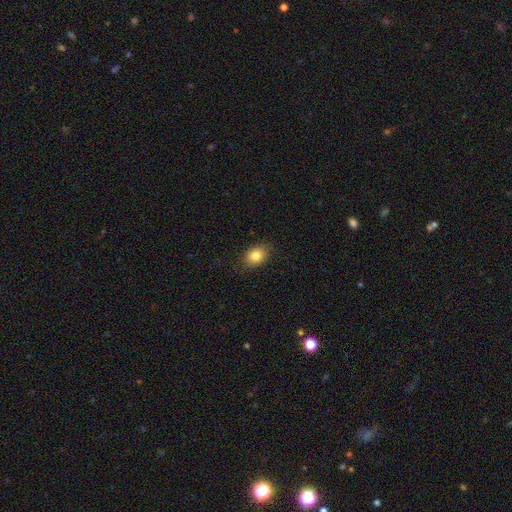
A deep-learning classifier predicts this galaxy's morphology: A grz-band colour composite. It shows a smooth galaxy with no disk features (83%) that is in between round and cigar-shaped (69%). Merging: none (83%).